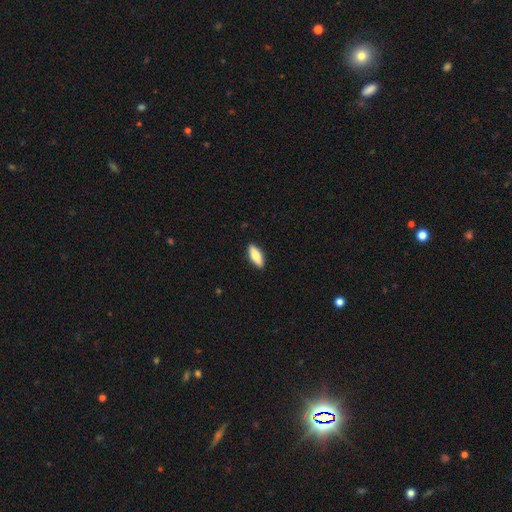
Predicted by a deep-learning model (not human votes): A smooth galaxy with no disk features (74%) that is in between round and cigar-shaped (67%). Merging: none (90%).